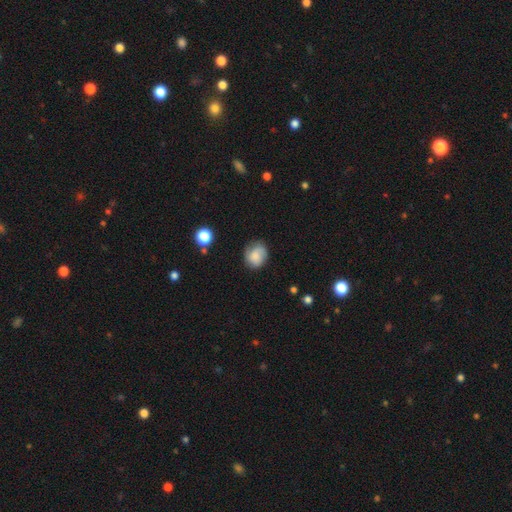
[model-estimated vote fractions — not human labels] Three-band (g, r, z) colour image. It shows a smooth galaxy with no disk features (70%) that is round (66%). Merging: none (69%).